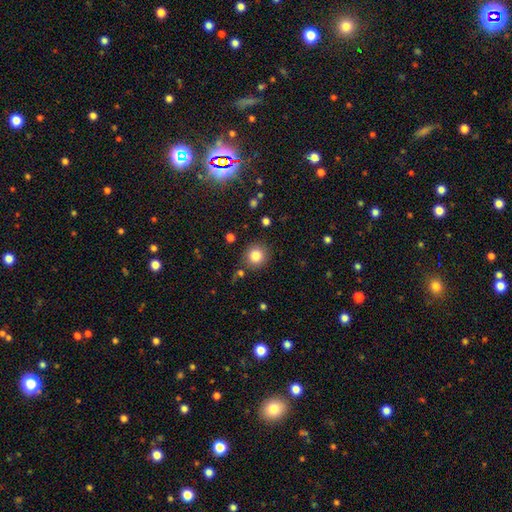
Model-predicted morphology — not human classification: Smooth or featured?
  - smooth: 83% *
  - star or artifact: 11%
  - featured or disk: 6%
How rounded?
  - round: 91% *
  - in between: 8%
  - cigar-shaped: 1%
Merging?
  - none: 85% *
  - minor disturbance: 8%
  - merger: 4%
  - major disturbance: 3%